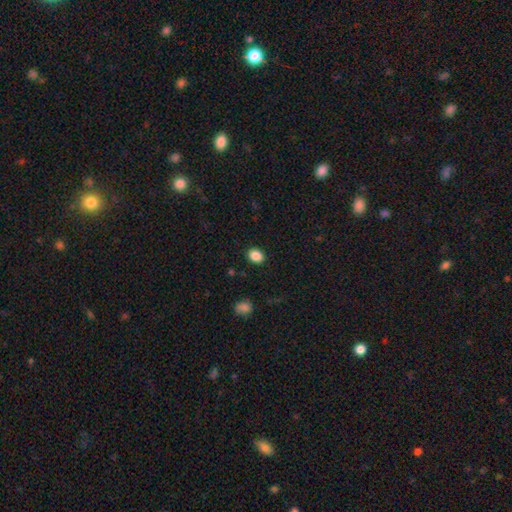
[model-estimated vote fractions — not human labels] This appears to be a smooth galaxy with no disk features (88%) that is in between round and cigar-shaped (54%). Merging: none (89%).